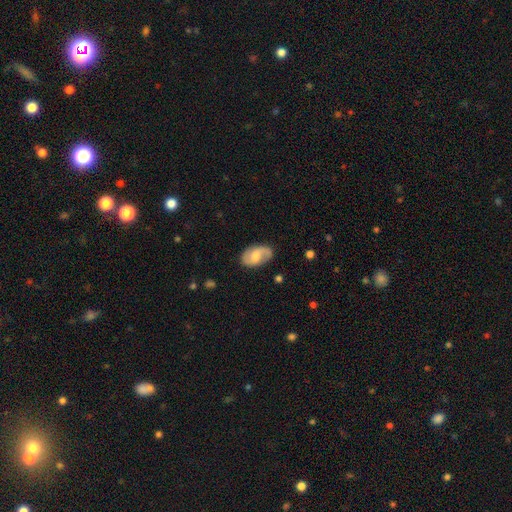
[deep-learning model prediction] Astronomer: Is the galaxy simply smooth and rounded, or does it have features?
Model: featured or disk — 70%.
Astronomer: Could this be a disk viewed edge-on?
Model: no — 97%.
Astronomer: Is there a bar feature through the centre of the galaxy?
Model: weak — 49% (runner-up: no, 41%).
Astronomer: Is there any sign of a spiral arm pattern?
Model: yes — 93%.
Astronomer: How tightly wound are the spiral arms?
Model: medium — 46% (runner-up: loose, 36%).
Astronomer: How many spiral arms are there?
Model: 2 — 87%.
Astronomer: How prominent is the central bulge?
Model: moderate — 44% (runner-up: small, 26%).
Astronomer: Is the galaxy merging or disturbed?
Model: none — 78%.